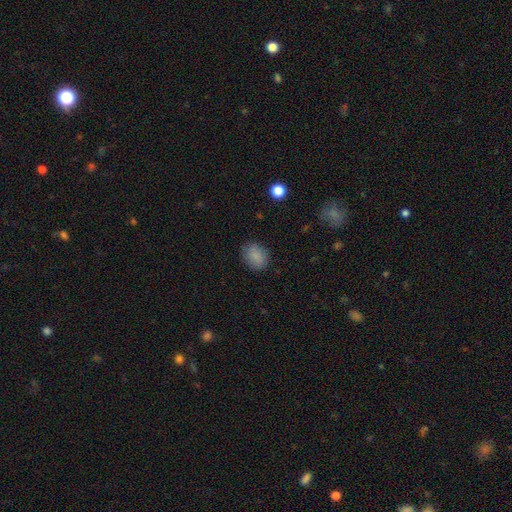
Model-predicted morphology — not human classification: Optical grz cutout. It shows a smooth galaxy with no disk features (86%) that is in between round and cigar-shaped (61%). Merging: none (83%).